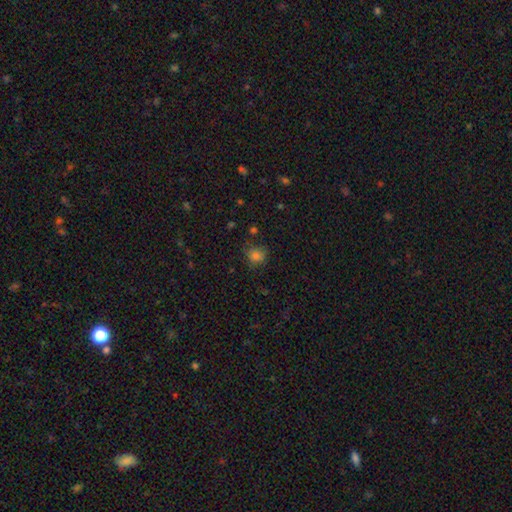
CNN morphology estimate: Smooth or featured? smooth (78%)
How rounded? round (83%)
Merging? none (76%)